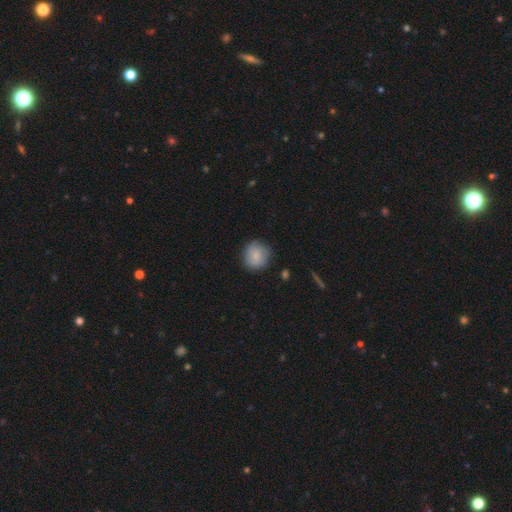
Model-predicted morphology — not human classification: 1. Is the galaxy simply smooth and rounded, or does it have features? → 82% smooth, 11% featured or disk, 7% star or artifact.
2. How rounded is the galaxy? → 88% round, 11% in between, 1% cigar-shaped.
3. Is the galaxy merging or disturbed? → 81% none, 15% minor disturbance, 3% major disturbance, 1% merger.